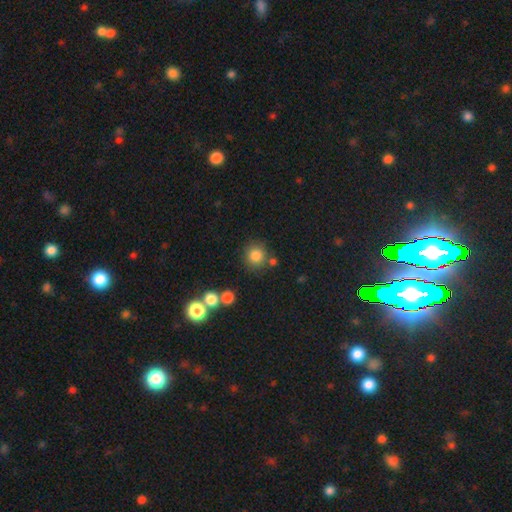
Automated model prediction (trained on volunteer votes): This appears to be a smooth galaxy with no disk features (81%) that is round (91%). Merging: none (78%).